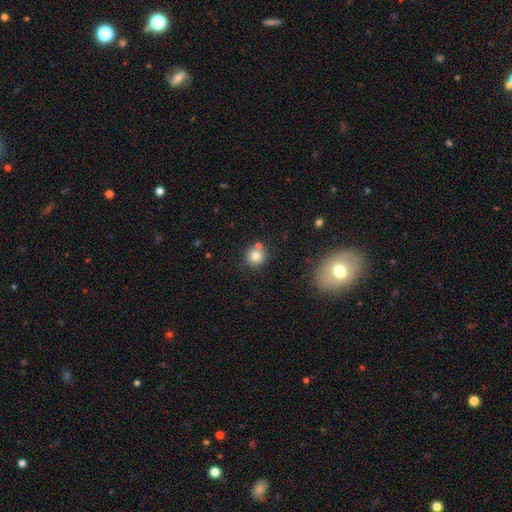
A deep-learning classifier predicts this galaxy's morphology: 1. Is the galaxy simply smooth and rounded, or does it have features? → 78% smooth, 12% star or artifact, 10% featured or disk.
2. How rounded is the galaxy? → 91% round, 8% in between, 1% cigar-shaped.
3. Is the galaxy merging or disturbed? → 70% none, 18% merger, 10% minor disturbance, 3% major disturbance.